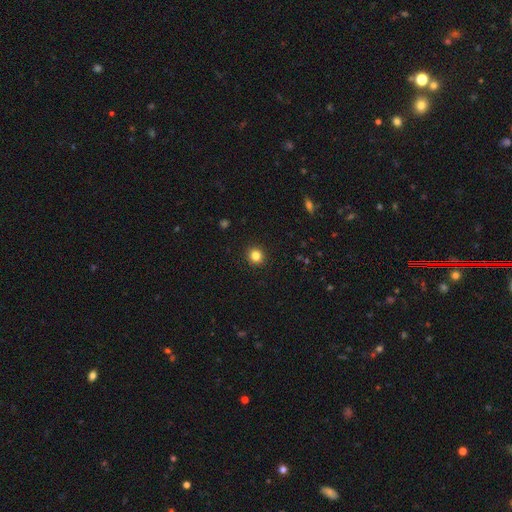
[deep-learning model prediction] smooth 83%, star or artifact 12%, featured or disk 5%. Down the decision tree: how rounded — round (92%); merging — none (93%).